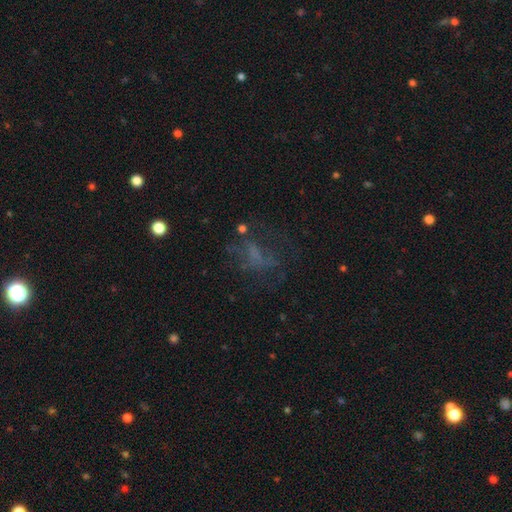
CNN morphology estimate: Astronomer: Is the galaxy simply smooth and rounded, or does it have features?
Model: featured or disk — 40% (runner-up: smooth, 31%).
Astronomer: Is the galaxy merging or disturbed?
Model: none — 48% (runner-up: major disturbance, 31%).